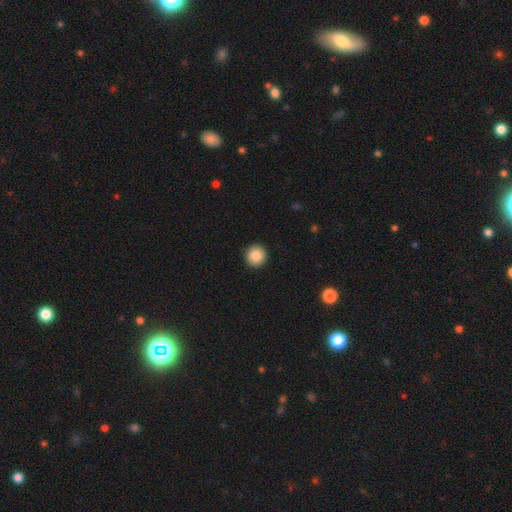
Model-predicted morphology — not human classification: Smooth or featured?
  - smooth: 88% *
  - star or artifact: 8%
  - featured or disk: 4%
How rounded?
  - round: 93% *
  - in between: 6%
  - cigar-shaped: 1%
Merging?
  - none: 93% *
  - minor disturbance: 4%
  - major disturbance: 1%
  - merger: 1%